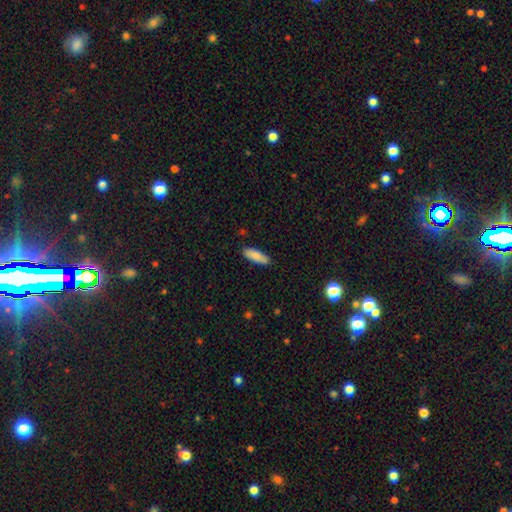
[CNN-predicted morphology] Smooth or featured? smooth (88%)
How rounded? in between (56%)
Merging? none (85%)